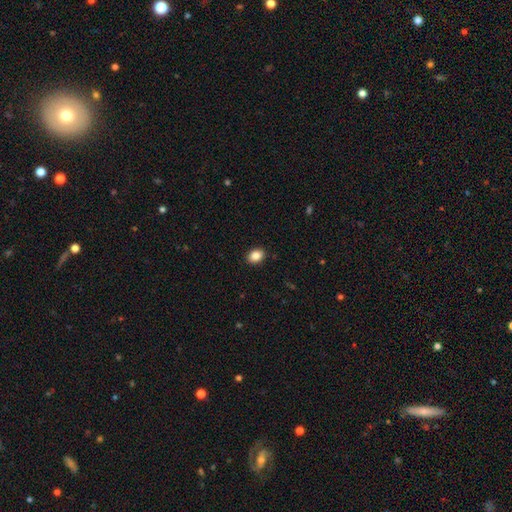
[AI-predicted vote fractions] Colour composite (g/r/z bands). It shows a smooth galaxy with no disk features (87%) that is in between round and cigar-shaped (63%). Merging: none (91%).